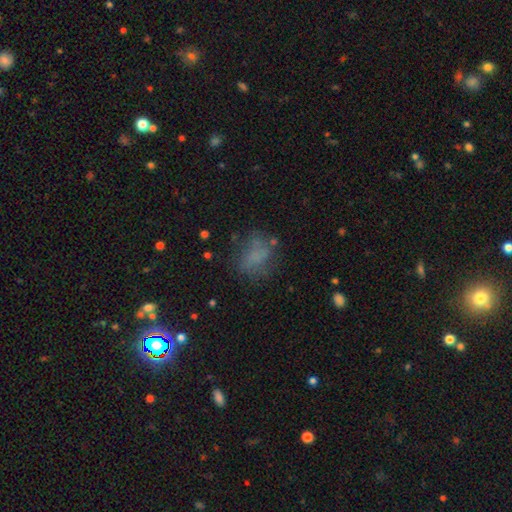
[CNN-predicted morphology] A smooth galaxy with no disk features (59%) that is in between round and cigar-shaped (60%). Merging: none (57%).